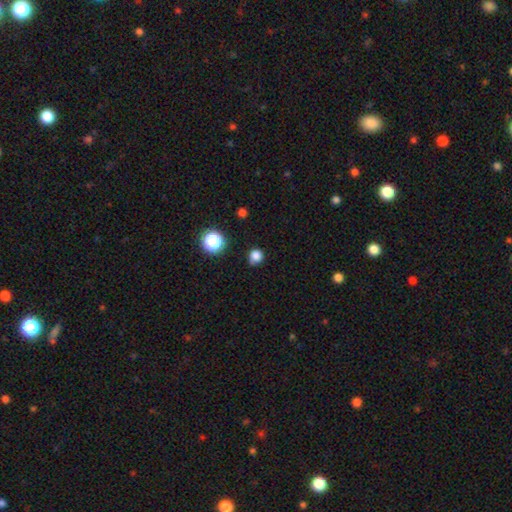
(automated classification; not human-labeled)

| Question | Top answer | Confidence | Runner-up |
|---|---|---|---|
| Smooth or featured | smooth | 81% | star or artifact (15%) |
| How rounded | round | 86% | in between (13%) |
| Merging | none | 75% | minor disturbance (18%) |